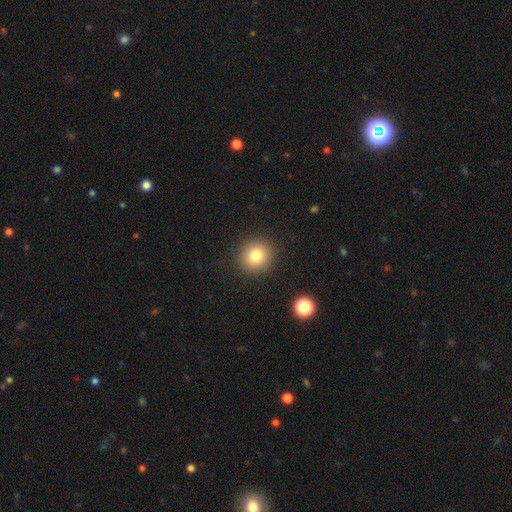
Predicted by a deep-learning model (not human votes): smooth-or-featured: smooth: 80% | star or artifact: 11% | featured or disk: 8%
  how-rounded: round: 90% | in between: 9% | cigar-shaped: 1%
  merging: none: 90% | minor disturbance: 6% | major disturbance: 2% | merger: 1%